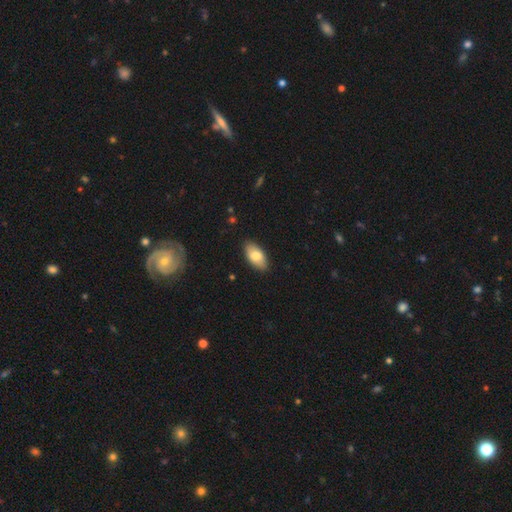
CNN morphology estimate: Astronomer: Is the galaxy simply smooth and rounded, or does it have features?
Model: smooth — 79%.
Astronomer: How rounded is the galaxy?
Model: in between — 93%.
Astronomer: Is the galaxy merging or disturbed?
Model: none — 87%.